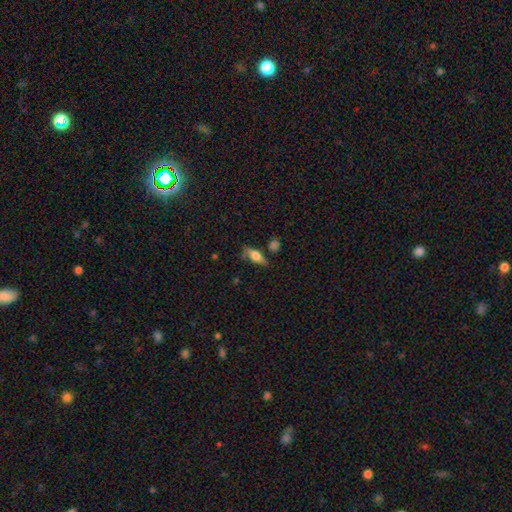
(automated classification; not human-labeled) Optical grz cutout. It shows a smooth galaxy with no disk features (61%) that is in between round and cigar-shaped (67%). Merging: none (68%).